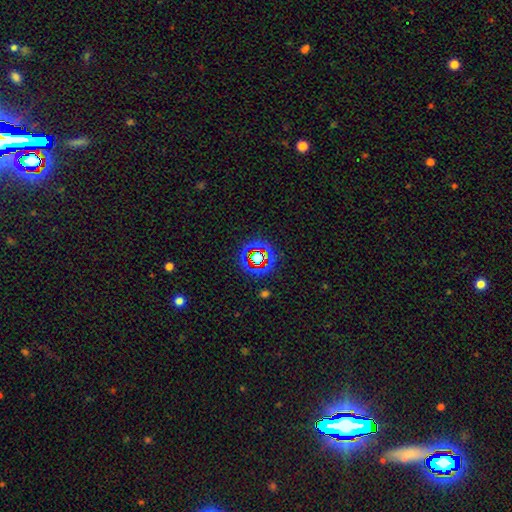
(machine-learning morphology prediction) A star or artifact, not a galaxy (68%).

Vote fractions:
- Smooth or featured? star or artifact: 68% / smooth: 20% / featured or disk: 12%